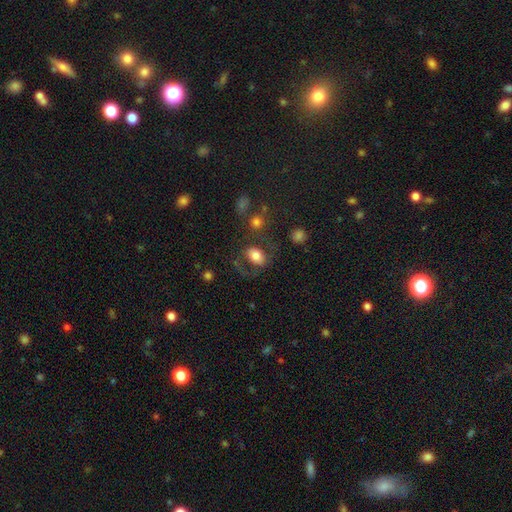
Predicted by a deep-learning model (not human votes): smooth_or_featured: smooth (p=0.67) [alt: featured or disk p=0.24]
how_rounded: in between (p=0.77) [alt: round p=0.22]
merging: none (p=0.63) [alt: minor disturbance p=0.16]